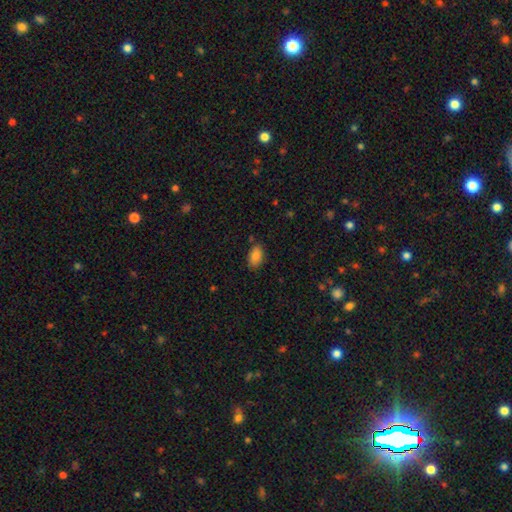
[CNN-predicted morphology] Smooth or featured?
  - smooth: 85% *
  - star or artifact: 8%
  - featured or disk: 7%
How rounded?
  - in between: 91% *
  - round: 6%
  - cigar-shaped: 2%
Merging?
  - none: 81% *
  - minor disturbance: 14%
  - major disturbance: 3%
  - merger: 2%